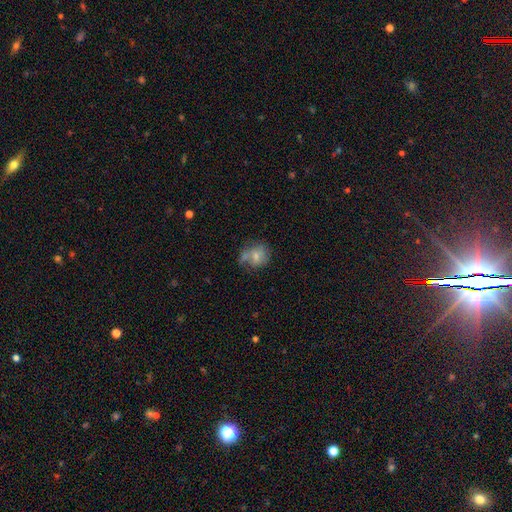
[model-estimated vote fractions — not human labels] Smooth or featured?
  - smooth: 62% *
  - featured or disk: 28%
  - star or artifact: 10%
How rounded?
  - round: 61% *
  - in between: 38%
  - cigar-shaped: 1%
Merging?
  - none: 43% *
  - minor disturbance: 25%
  - merger: 17%
  - major disturbance: 15%